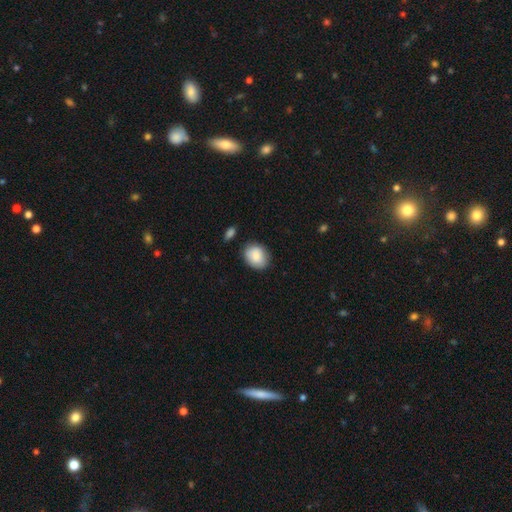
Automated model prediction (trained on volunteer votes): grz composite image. It shows a smooth galaxy with no disk features (86%) that is round (50%). Merging: none (79%).